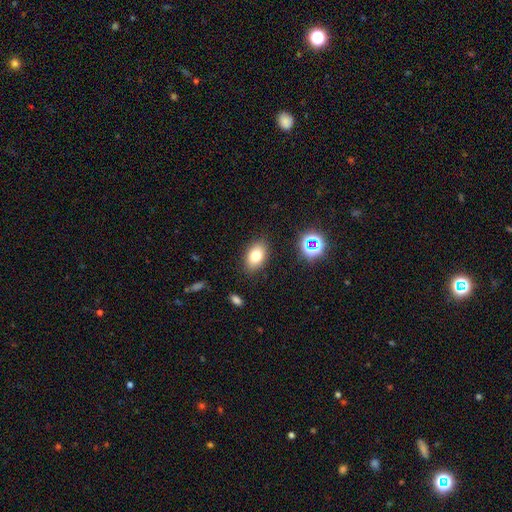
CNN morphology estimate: Smooth or featured? smooth (77%)
How rounded? in between (85%)
Merging? none (86%)